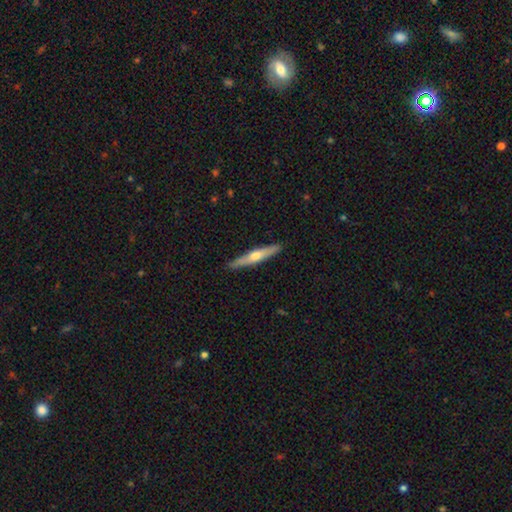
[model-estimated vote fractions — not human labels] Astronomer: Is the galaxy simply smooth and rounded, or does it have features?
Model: featured or disk — 57% (runner-up: smooth, 37%).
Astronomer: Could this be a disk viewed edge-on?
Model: yes — 96%.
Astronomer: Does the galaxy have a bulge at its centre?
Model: rounded — 86%.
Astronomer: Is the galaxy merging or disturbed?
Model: none — 91%.